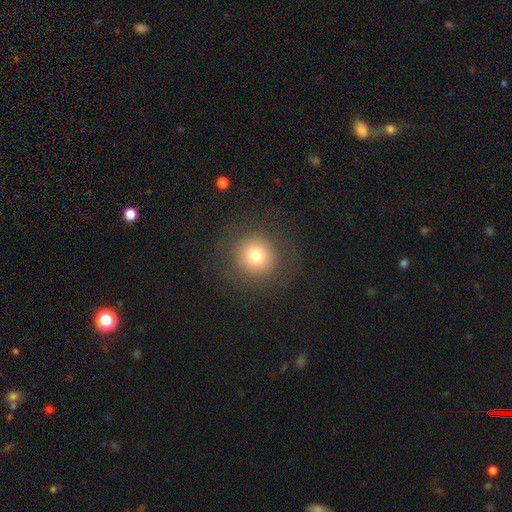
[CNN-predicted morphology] This is likely a smooth galaxy (74%). How rounded: clearly round (93%). Merging: clearly none (84%).